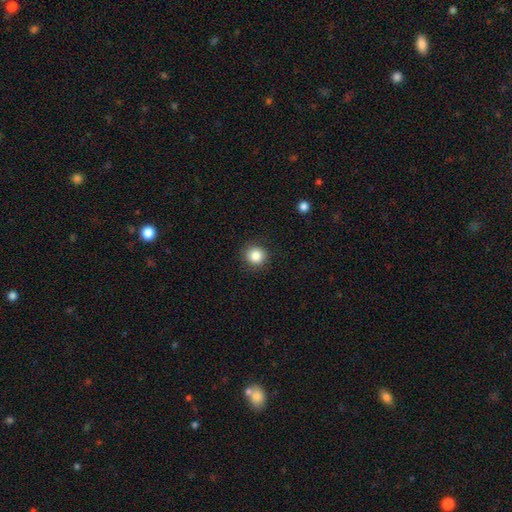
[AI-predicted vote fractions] Smooth or featured?
  - smooth: 85% *
  - star or artifact: 10%
  - featured or disk: 5%
How rounded?
  - round: 90% *
  - in between: 9%
  - cigar-shaped: 1%
Merging?
  - none: 90% *
  - minor disturbance: 6%
  - major disturbance: 2%
  - merger: 1%